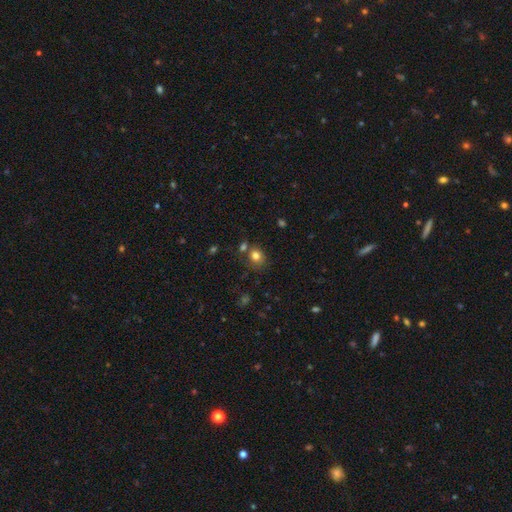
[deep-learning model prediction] Morphology: type=smooth (80%); roundness=round (64%); merging=none (67%).